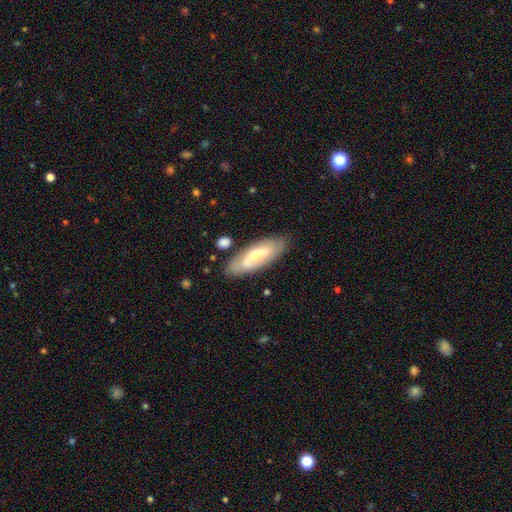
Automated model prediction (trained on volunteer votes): This appears to be a smooth galaxy with no disk features (49%). Merging: none (79%).